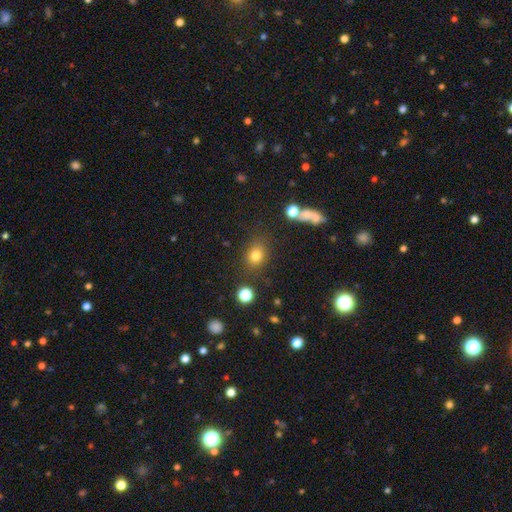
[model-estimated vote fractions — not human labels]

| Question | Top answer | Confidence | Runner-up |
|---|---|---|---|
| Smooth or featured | smooth | 78% | star or artifact (14%) |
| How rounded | round | 59% | in between (39%) |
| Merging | none | 78% | minor disturbance (13%) |